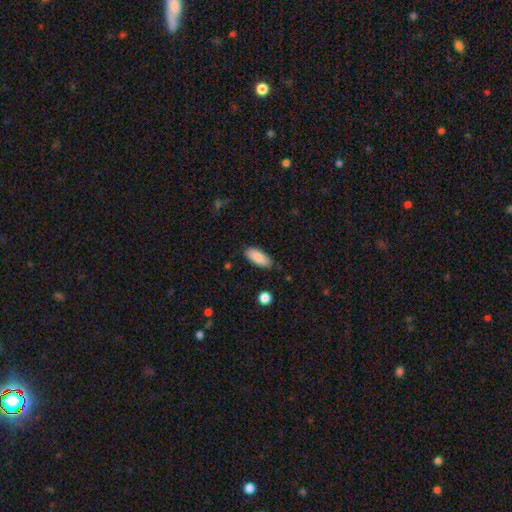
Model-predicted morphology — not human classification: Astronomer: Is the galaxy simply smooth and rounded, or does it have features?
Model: smooth — 87%.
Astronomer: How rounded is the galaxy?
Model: in between — 81%.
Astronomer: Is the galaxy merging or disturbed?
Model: none — 84%.